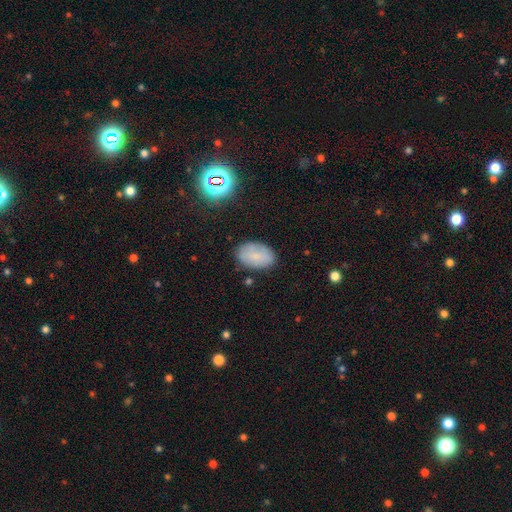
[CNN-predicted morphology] Overall: smooth (72%). How rounded: in between (89%). Merging: none (81%).